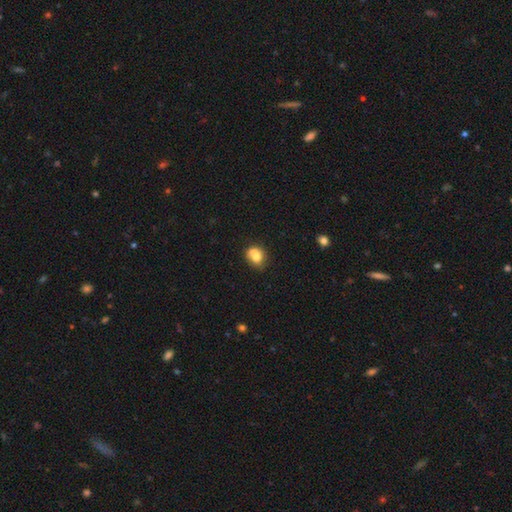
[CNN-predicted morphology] Smooth or featured? Predicted: smooth (p=0.71). How rounded? Predicted: round (p=0.62). Merging? Predicted: none (p=0.39).